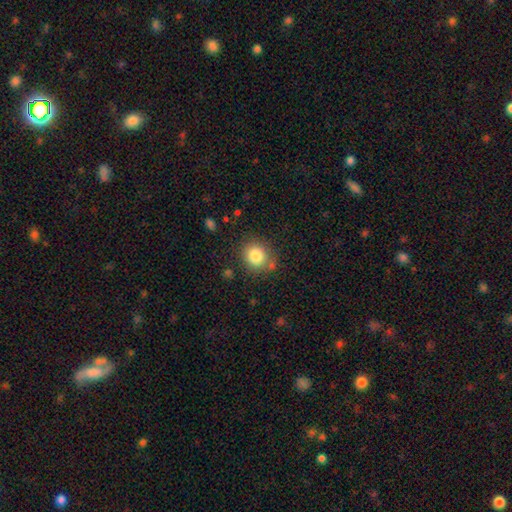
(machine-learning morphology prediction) Overall: smooth (83%). How rounded: round (83%). Merging: none (78%).